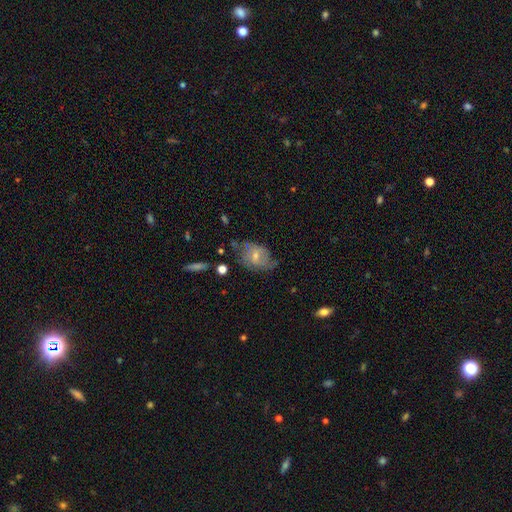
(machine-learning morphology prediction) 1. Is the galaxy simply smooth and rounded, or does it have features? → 61% featured or disk, 28% smooth, 11% star or artifact.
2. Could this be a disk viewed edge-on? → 94% no, 6% yes.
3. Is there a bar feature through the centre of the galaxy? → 46% weak, 42% no, 12% strong.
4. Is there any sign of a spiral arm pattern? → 74% yes, 26% no.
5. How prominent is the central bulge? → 49% small, 45% moderate, 3% none, 2% large, 1% dominant.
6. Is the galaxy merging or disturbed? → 58% none, 27% minor disturbance, 12% major disturbance, 3% merger.